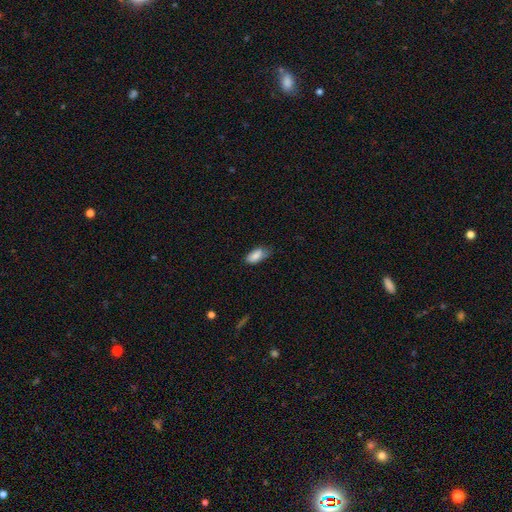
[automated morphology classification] Smooth or featured?
  - smooth: 85% *
  - featured or disk: 7%
  - star or artifact: 7%
How rounded?
  - in between: 90% *
  - cigar-shaped: 8%
  - round: 3%
Merging?
  - none: 57% *
  - minor disturbance: 34%
  - major disturbance: 7%
  - merger: 2%